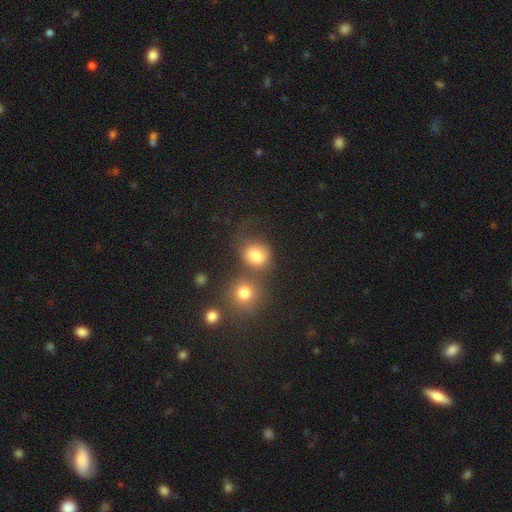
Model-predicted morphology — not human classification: type=smooth (78%); roundness=round (72%); merging=none (46%).